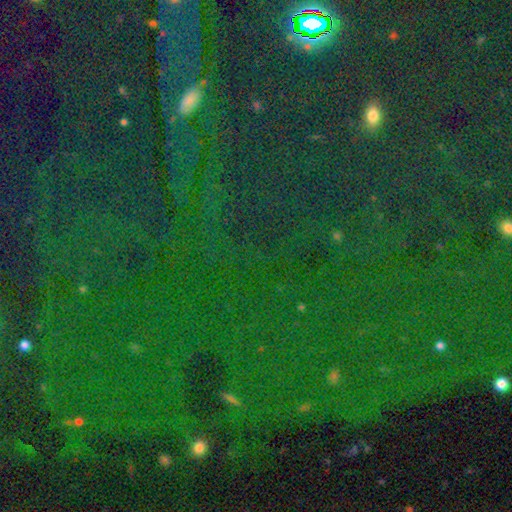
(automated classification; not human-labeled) Q: Smooth or featured?
A: star or artifact (80%); runner-up: smooth (12%)